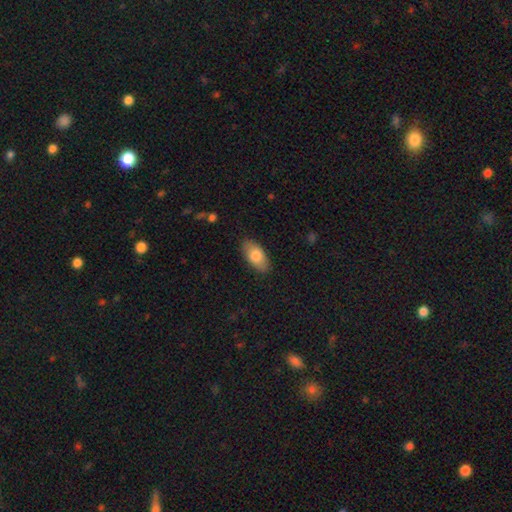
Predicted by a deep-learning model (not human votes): This is likely a smooth galaxy (79%). How rounded: clearly in between (92%). Merging: clearly none (86%).